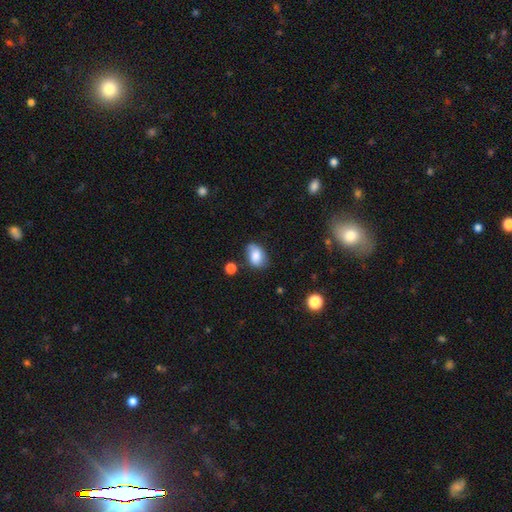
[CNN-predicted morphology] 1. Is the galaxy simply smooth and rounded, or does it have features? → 79% smooth, 13% featured or disk, 8% star or artifact.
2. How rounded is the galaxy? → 82% in between, 17% round, 1% cigar-shaped.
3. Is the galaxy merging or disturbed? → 67% none, 23% minor disturbance, 5% major disturbance, 4% merger.